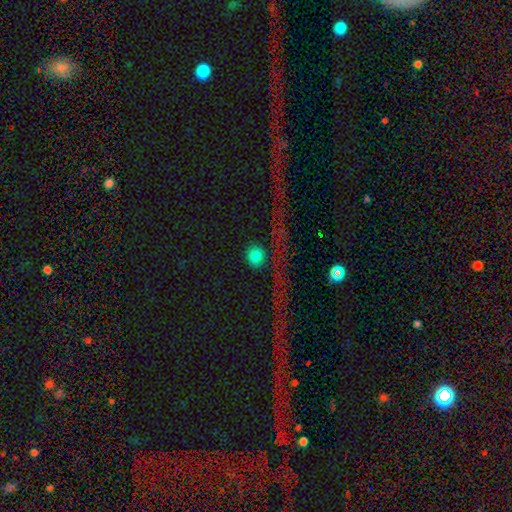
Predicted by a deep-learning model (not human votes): A smooth galaxy with no disk features (75%) that is round (89%).

Vote fractions:
- Smooth or featured? smooth: 75% / star or artifact: 20% / featured or disk: 5%
- How rounded? round: 89% / in between: 9% / cigar-shaped: 2%
- Merging? none: 83% / minor disturbance: 9% / major disturbance: 5% / merger: 3%